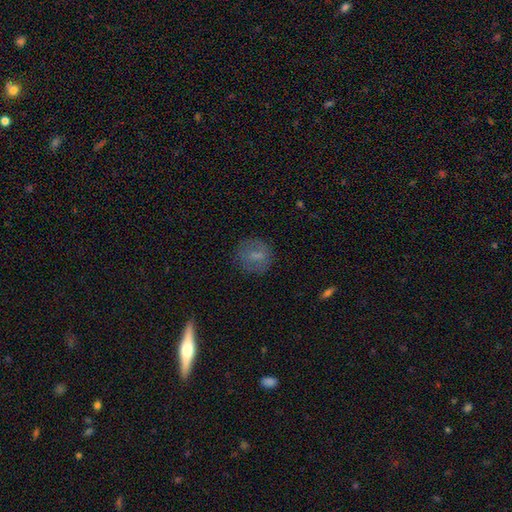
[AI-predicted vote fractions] Smooth or featured? smooth (60%)
How rounded? round (78%)
Merging? none (78%)